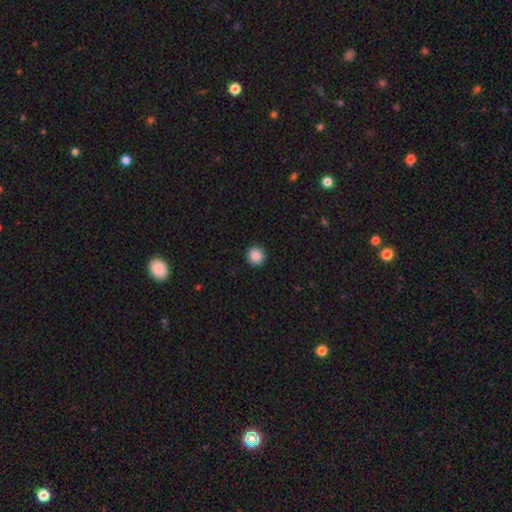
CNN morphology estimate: Smooth or featured? Predicted: smooth (p=0.88). How rounded? Predicted: round (p=0.93). Merging? Predicted: none (p=0.92).